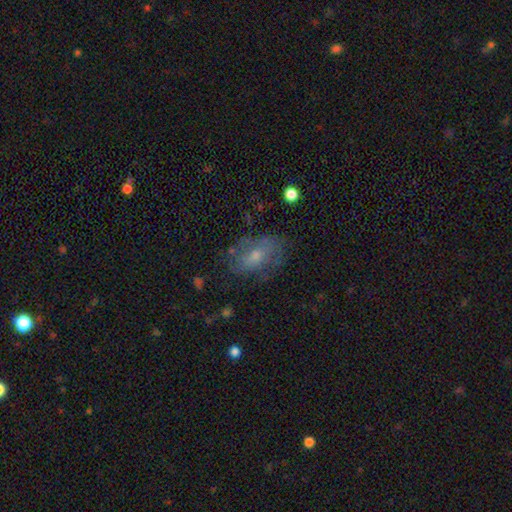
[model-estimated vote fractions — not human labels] Q: Smooth or featured?
A: smooth (47%); runner-up: featured or disk (42%)
Q: Merging?
A: none (63%); runner-up: minor disturbance (22%)